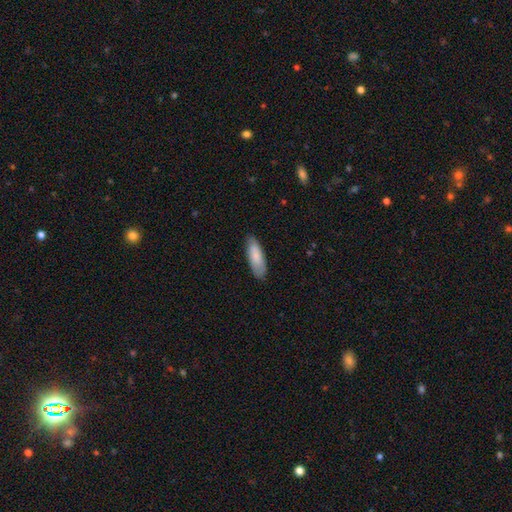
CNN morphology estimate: Smooth or featured? Predicted: smooth (p=0.81). How rounded? Predicted: in between (p=0.63). Merging? Predicted: none (p=0.83).